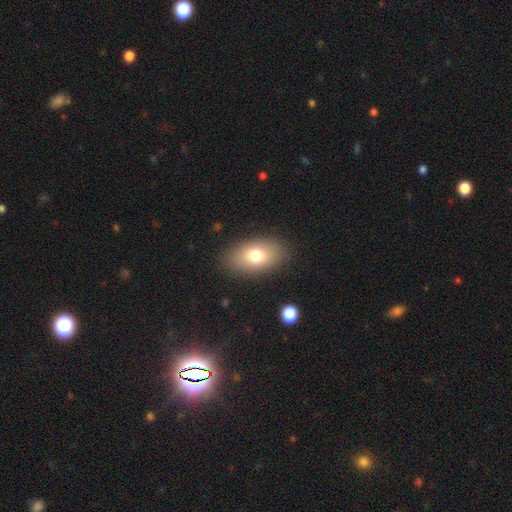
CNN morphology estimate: A smooth galaxy with no disk features (76%) that is in between round and cigar-shaped (90%). Merging: none (85%).